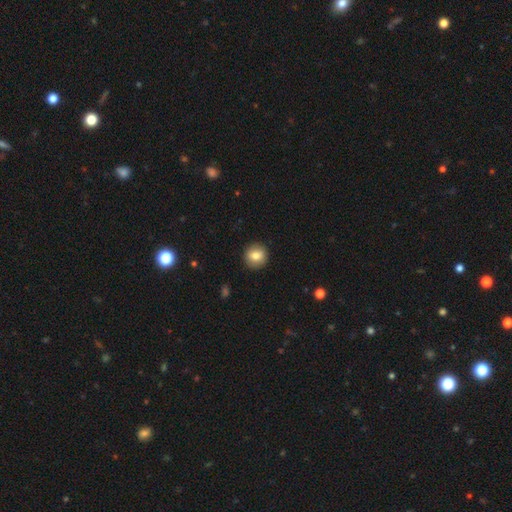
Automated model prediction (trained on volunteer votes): A smooth galaxy with no disk features (81%) that is round (90%). Merging: none (91%).